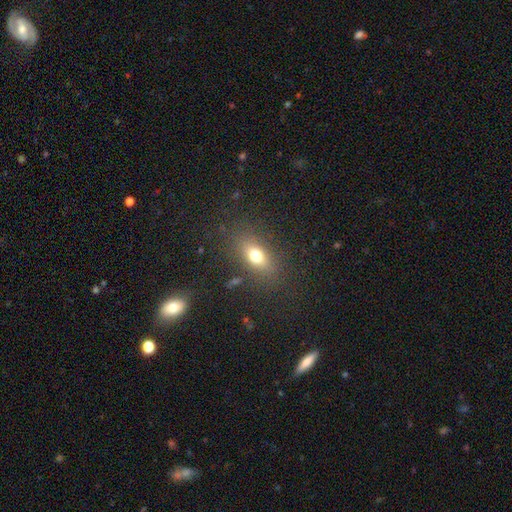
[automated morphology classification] A smooth galaxy with no disk features (71%) that is in between round and cigar-shaped (75%). Merging: none (82%).